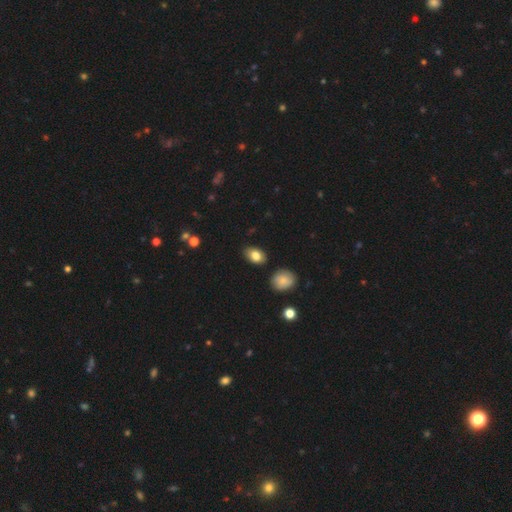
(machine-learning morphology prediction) A smooth galaxy with no disk features (82%) that is in between round and cigar-shaped (87%).

Vote fractions:
- Smooth or featured? smooth: 82% / featured or disk: 10% / star or artifact: 8%
- How rounded? in between: 87% / round: 12% / cigar-shaped: 2%
- Merging? none: 83% / minor disturbance: 12% / merger: 3% / major disturbance: 2%